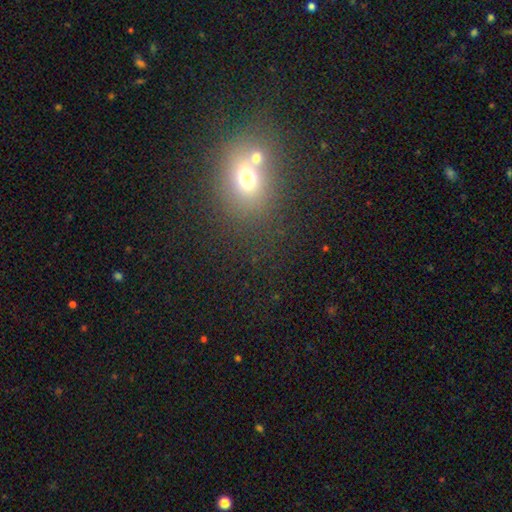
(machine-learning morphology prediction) Smooth or featured? Predicted: smooth (p=0.59). How rounded? Predicted: round (p=0.57). Merging? Predicted: merger (p=0.42, tied with none).